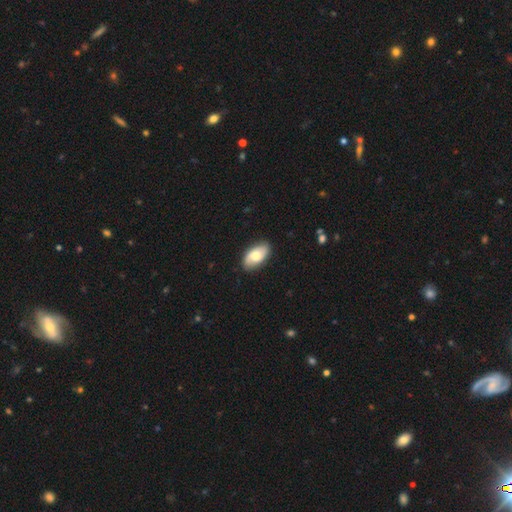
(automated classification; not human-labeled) smooth-or-featured: smooth: 64% | featured or disk: 30% | star or artifact: 6%
  how-rounded: in between: 94% | round: 3% | cigar-shaped: 2%
  merging: none: 85% | minor disturbance: 12% | major disturbance: 2% | merger: 1%